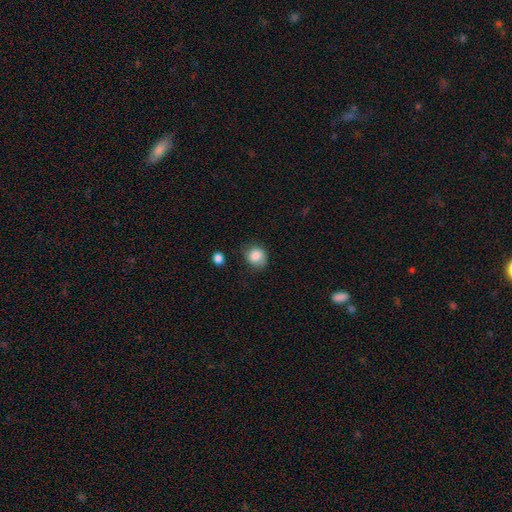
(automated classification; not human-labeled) This appears to be a smooth galaxy with no disk features (85%) that is round (72%). Merging: none (68%).